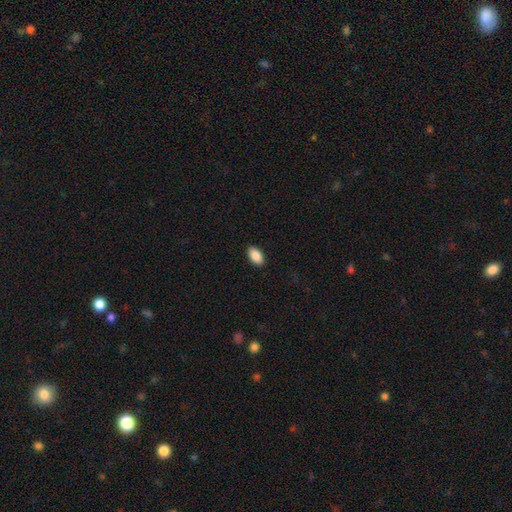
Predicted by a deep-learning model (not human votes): A smooth galaxy with no disk features (89%) that is in between round and cigar-shaped (94%).

Vote fractions:
- Smooth or featured? smooth: 89% / star or artifact: 7% / featured or disk: 4%
- How rounded? in between: 94% / round: 3% / cigar-shaped: 2%
- Merging? none: 90% / minor disturbance: 7% / major disturbance: 2% / merger: 1%